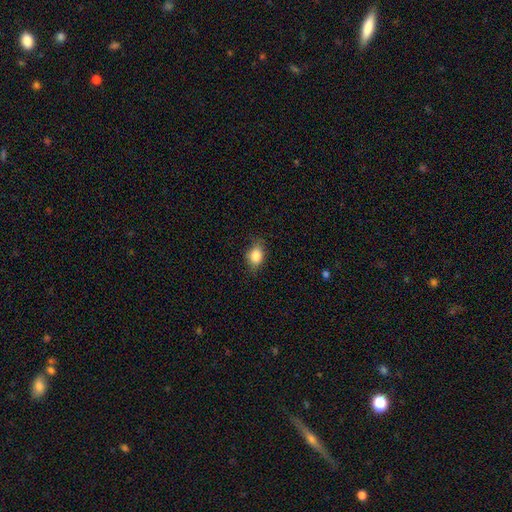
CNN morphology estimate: Smooth or featured?
  - smooth: 84% *
  - star or artifact: 9%
  - featured or disk: 7%
How rounded?
  - in between: 73% *
  - round: 25%
  - cigar-shaped: 2%
Merging?
  - none: 76% *
  - minor disturbance: 19%
  - major disturbance: 4%
  - merger: 1%